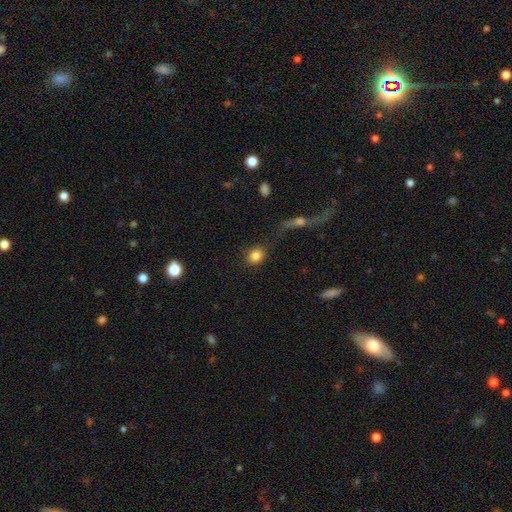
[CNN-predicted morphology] Smooth or featured: smooth — 84% (star or artifact — 9%)
How rounded: round — 78% (in between — 21%)
Merging: none — 77% (minor disturbance — 11%)